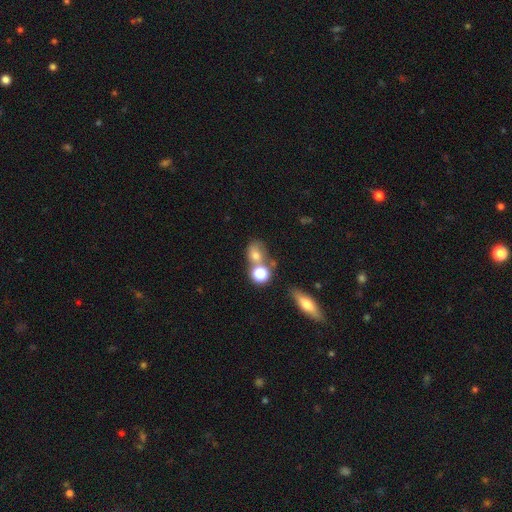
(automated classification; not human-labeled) Overall: smooth (66%). How rounded: round (51%; in between 46%). Merging: merger (40%; none 39%).